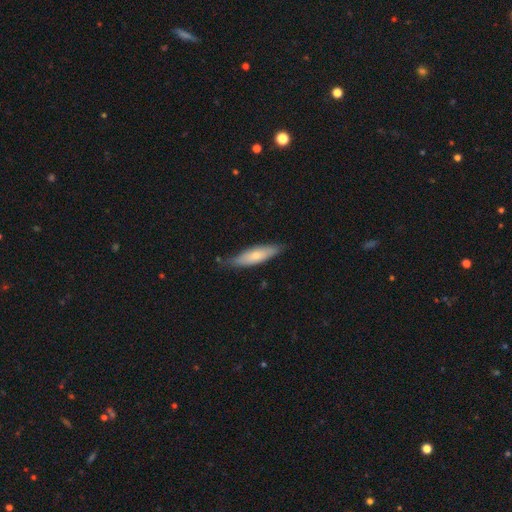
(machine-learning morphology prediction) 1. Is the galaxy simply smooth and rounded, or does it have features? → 63% smooth, 31% featured or disk, 5% star or artifact.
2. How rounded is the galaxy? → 62% cigar-shaped, 36% in between, 2% round.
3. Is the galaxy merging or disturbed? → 76% none, 20% minor disturbance, 3% major disturbance, 2% merger.